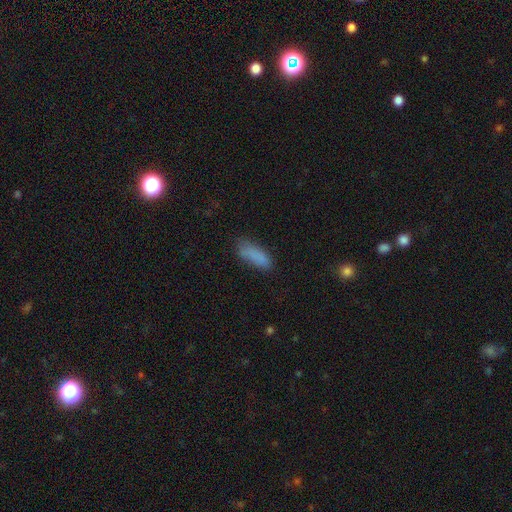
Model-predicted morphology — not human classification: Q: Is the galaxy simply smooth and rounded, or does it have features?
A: smooth — 83%.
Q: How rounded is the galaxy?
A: in between — 61%.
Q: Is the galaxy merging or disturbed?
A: none — 64%.